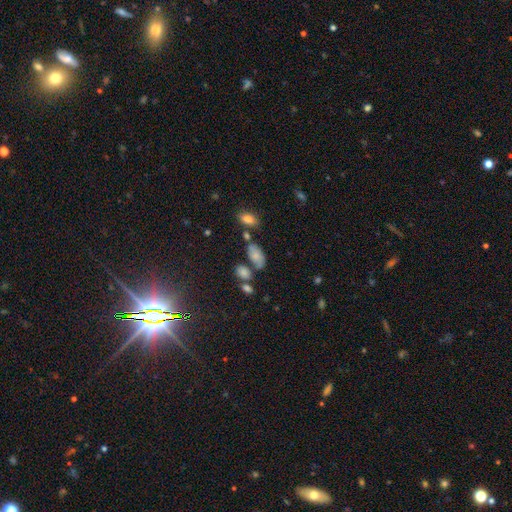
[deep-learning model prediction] This appears to be a smooth galaxy with no disk features (73%) that is in between round and cigar-shaped (91%). Merging: none (55%).